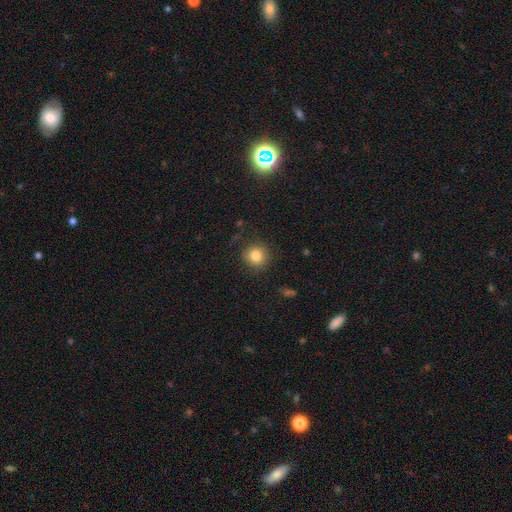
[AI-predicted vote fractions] This appears to be a smooth galaxy with no disk features (82%) that is round (89%). Merging: none (86%).